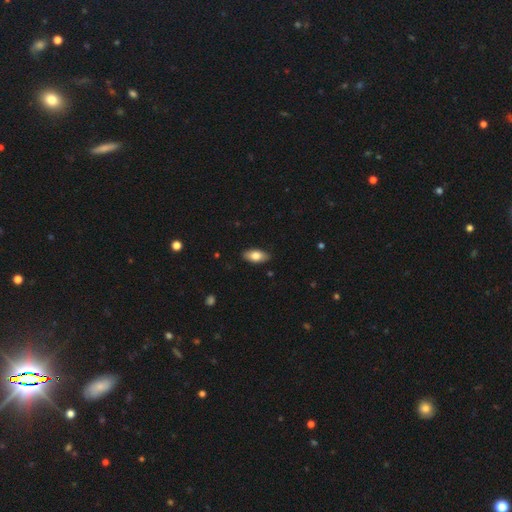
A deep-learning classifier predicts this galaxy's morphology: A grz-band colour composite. It shows a smooth galaxy with no disk features (79%) that is in between round and cigar-shaped (90%). Merging: none (88%).